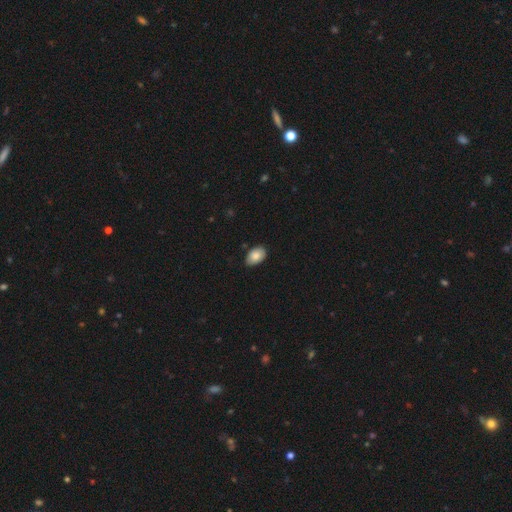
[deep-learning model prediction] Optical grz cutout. It shows a smooth galaxy with no disk features (84%) that is in between round and cigar-shaped (89%). Merging: none (79%).